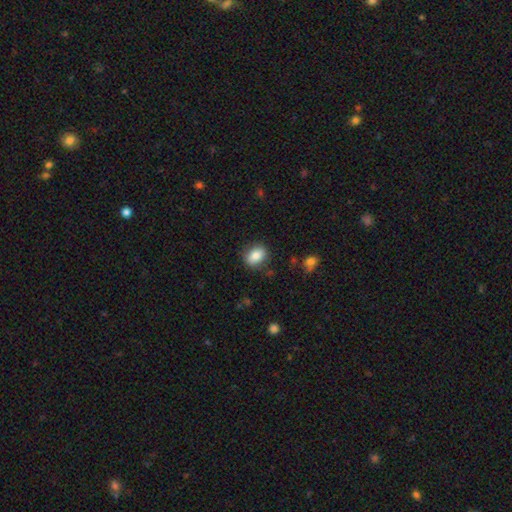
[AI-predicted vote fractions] This appears to be a smooth galaxy with no disk features (84%) that is in between round and cigar-shaped (71%). Merging: none (84%).